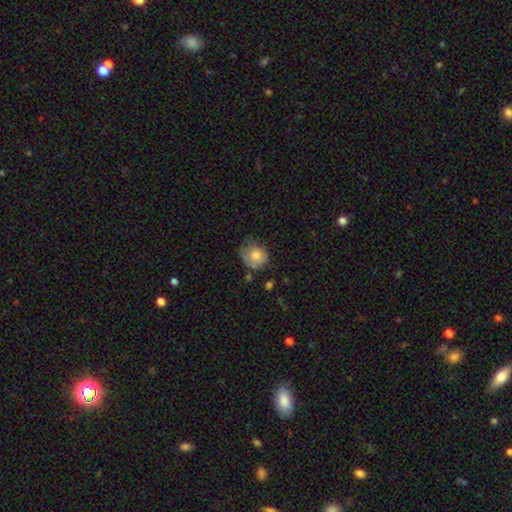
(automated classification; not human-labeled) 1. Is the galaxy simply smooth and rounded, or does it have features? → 73% smooth, 19% featured or disk, 8% star or artifact.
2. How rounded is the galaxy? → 70% round, 30% in between, 1% cigar-shaped.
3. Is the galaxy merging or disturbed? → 45% none, 36% minor disturbance, 15% major disturbance, 4% merger.